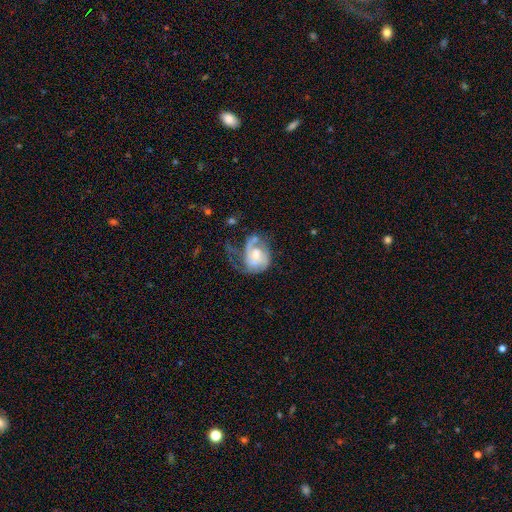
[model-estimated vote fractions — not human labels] Overall: featured or disk (72%). Edge-on disk: no (98%). Bar: no (63%; weak 31%). Spiral arms: yes (86%). Spiral arm count: 2 (49%; can't tell 19%). Spiral winding: medium (43%; tight 34%). Bulge size: moderate (49%; small 29%). Merging: major disturbance (40%; none 28%).